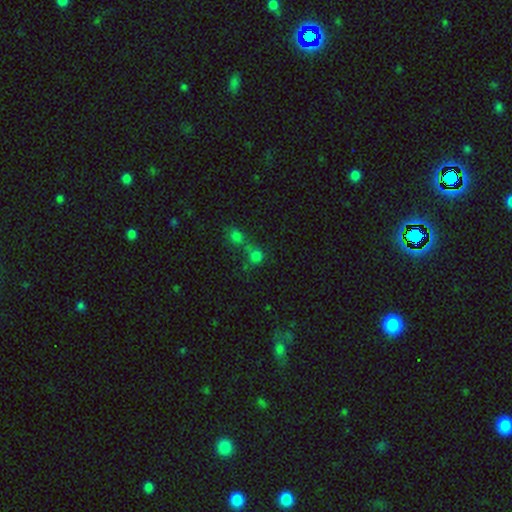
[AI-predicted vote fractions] A smooth galaxy with no disk features (74%) that is round (85%). Merging: merger (46%).